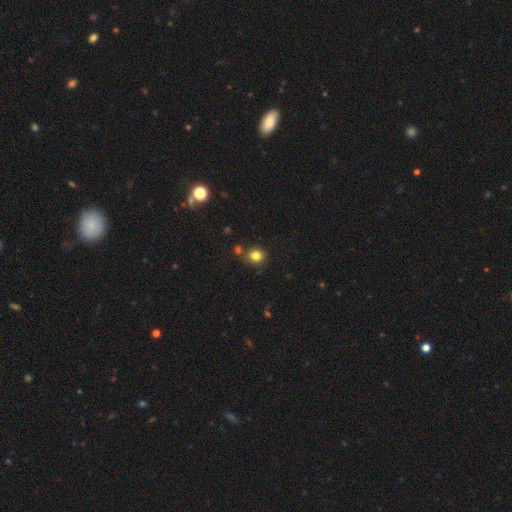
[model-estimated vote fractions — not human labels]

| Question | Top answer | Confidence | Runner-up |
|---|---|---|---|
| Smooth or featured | smooth | 82% | star or artifact (13%) |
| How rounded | round | 82% | in between (17%) |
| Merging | none | 76% | merger (11%) |